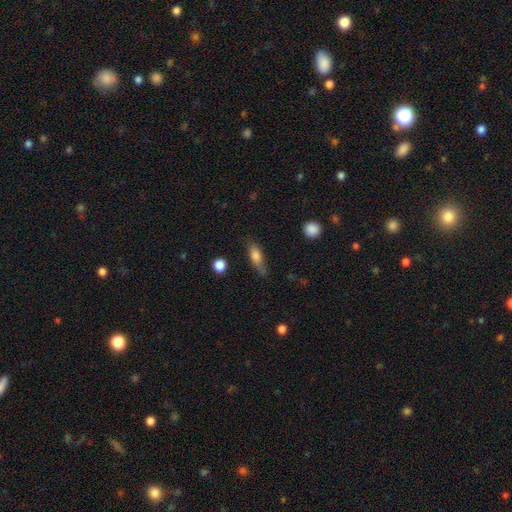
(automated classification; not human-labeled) Smooth or featured?
  - smooth: 73% *
  - featured or disk: 19%
  - star or artifact: 8%
How rounded?
  - in between: 64% *
  - cigar-shaped: 31%
  - round: 5%
Merging?
  - none: 62% *
  - minor disturbance: 26%
  - major disturbance: 8%
  - merger: 3%